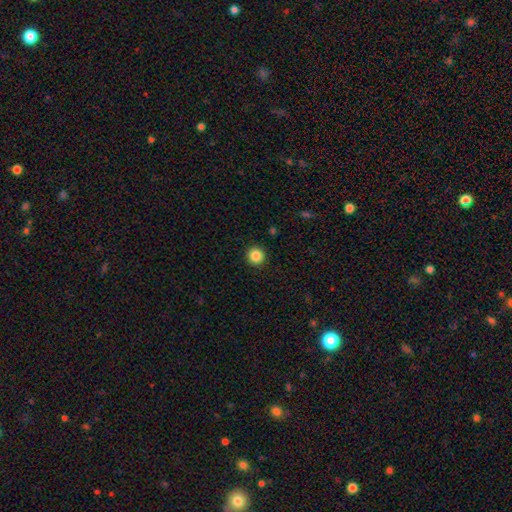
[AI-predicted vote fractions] smooth-or-featured: smooth: 86% | star or artifact: 10% | featured or disk: 4%
  how-rounded: round: 95% | in between: 4% | cigar-shaped: 1%
  merging: none: 93% | minor disturbance: 5% | major disturbance: 2% | merger: 1%